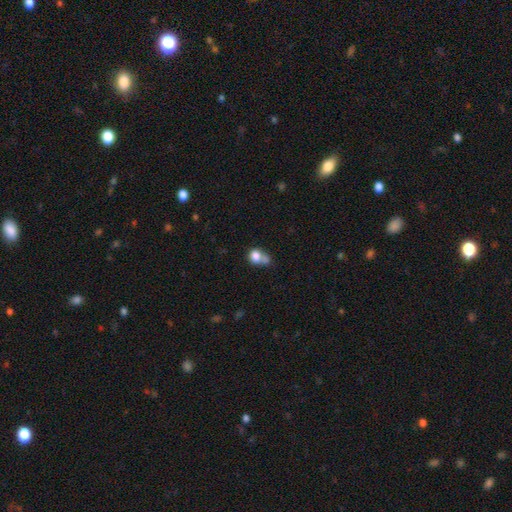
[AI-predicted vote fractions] smooth 77%, featured or disk 12%, star or artifact 10%. Down the decision tree: how rounded — round (56%); merging — merger (51%).